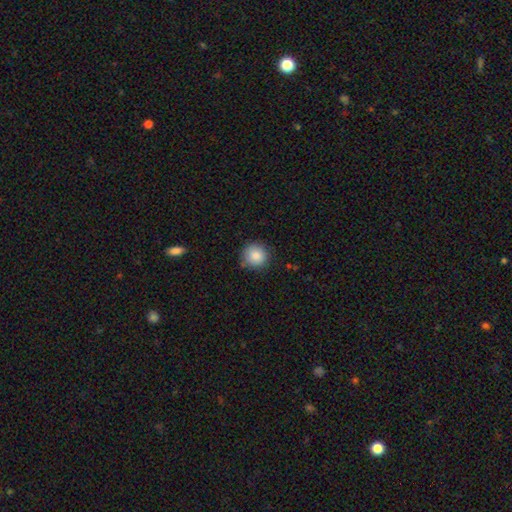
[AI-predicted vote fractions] smooth-or-featured: smooth: 87% | star or artifact: 9% | featured or disk: 5%
  how-rounded: round: 92% | in between: 7% | cigar-shaped: 1%
  merging: none: 83% | minor disturbance: 12% | major disturbance: 3% | merger: 1%